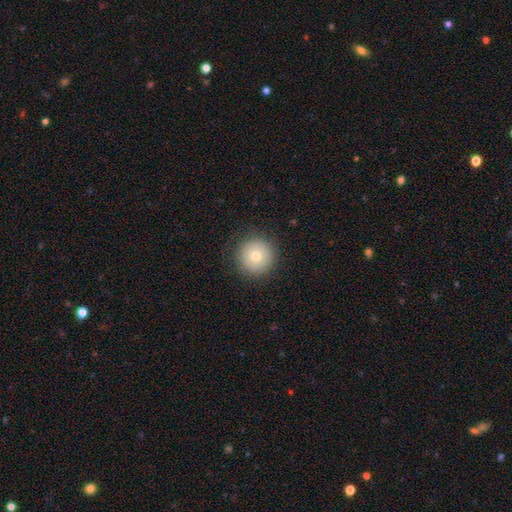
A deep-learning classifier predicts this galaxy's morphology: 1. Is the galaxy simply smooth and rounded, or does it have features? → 73% smooth, 16% featured or disk, 12% star or artifact.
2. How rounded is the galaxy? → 96% round, 3% in between, 1% cigar-shaped.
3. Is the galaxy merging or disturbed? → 90% none, 7% minor disturbance, 2% major disturbance, 1% merger.